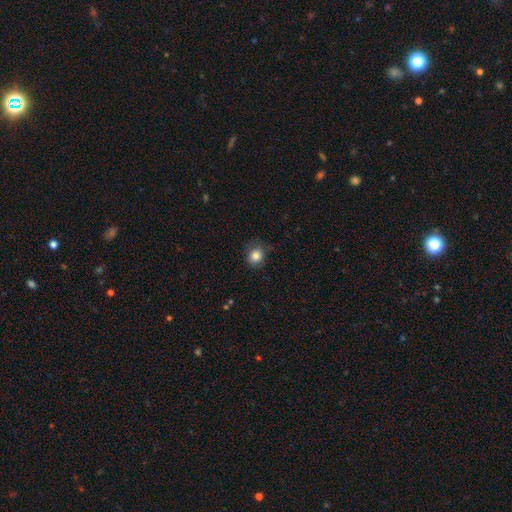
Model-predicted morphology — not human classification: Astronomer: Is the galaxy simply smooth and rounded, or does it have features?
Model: smooth — 83%.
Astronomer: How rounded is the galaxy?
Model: round — 79%.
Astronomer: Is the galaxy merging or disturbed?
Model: none — 74%.